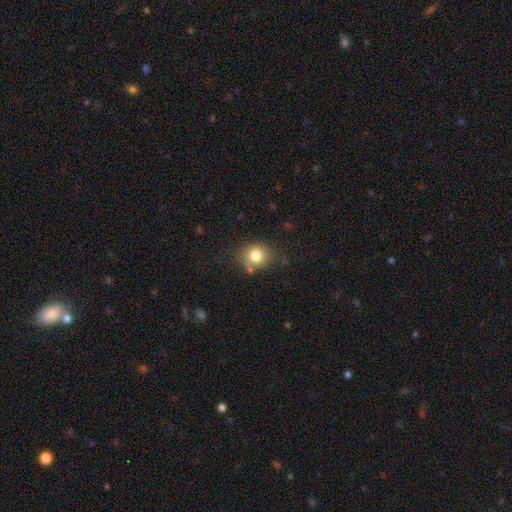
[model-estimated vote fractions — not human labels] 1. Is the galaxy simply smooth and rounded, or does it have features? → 80% smooth, 11% star or artifact, 10% featured or disk.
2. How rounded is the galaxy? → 71% round, 28% in between, 1% cigar-shaped.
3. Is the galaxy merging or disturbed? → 70% none, 19% minor disturbance, 6% merger, 6% major disturbance.